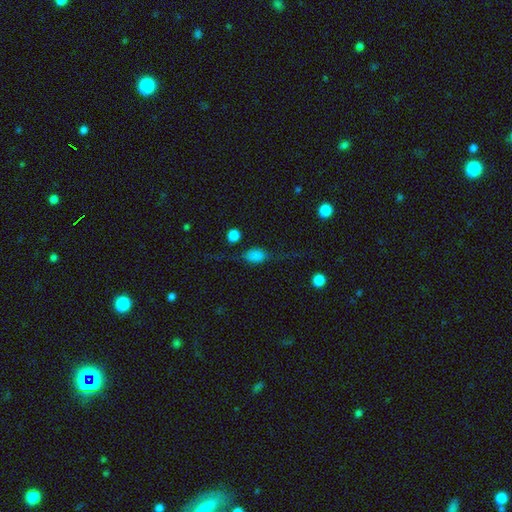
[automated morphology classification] Smooth or featured? Predicted: smooth (p=0.69). How rounded? Predicted: in between (p=0.72). Merging? Predicted: none (p=0.53).